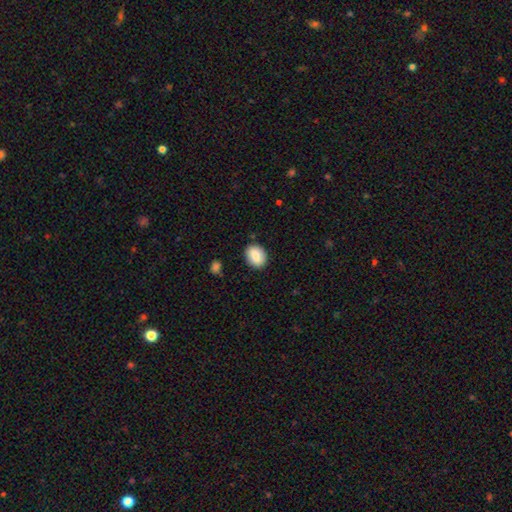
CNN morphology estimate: type=smooth (85%); roundness=in between (62%); merging=none (86%).